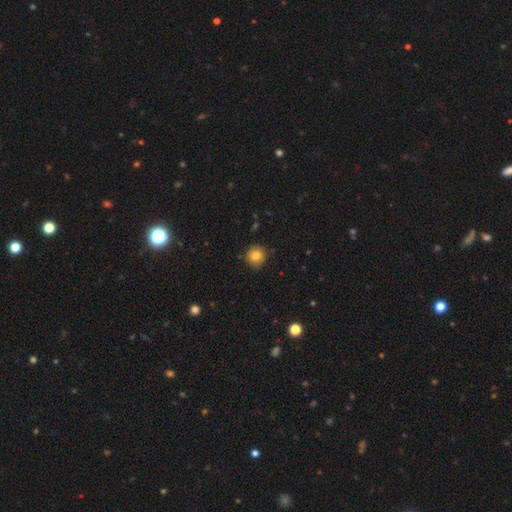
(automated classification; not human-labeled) Smooth or featured?
  - smooth: 80% *
  - star or artifact: 10%
  - featured or disk: 9%
How rounded?
  - round: 91% *
  - in between: 8%
  - cigar-shaped: 1%
Merging?
  - none: 83% *
  - minor disturbance: 13%
  - major disturbance: 2%
  - merger: 1%